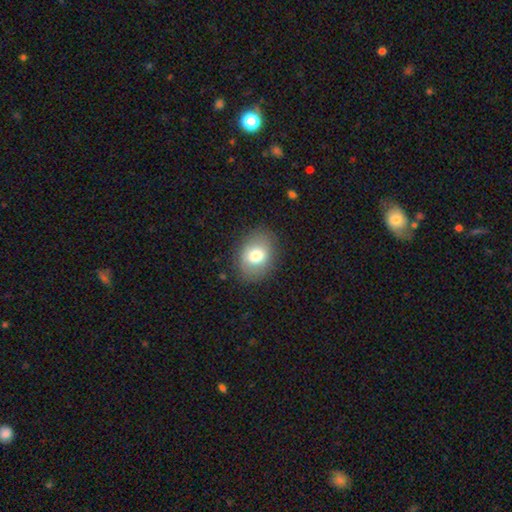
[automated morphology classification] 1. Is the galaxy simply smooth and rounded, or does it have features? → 75% smooth, 17% featured or disk, 9% star or artifact.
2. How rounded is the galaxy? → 61% in between, 38% round, 1% cigar-shaped.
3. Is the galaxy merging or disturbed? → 84% none, 11% minor disturbance, 4% major disturbance, 1% merger.